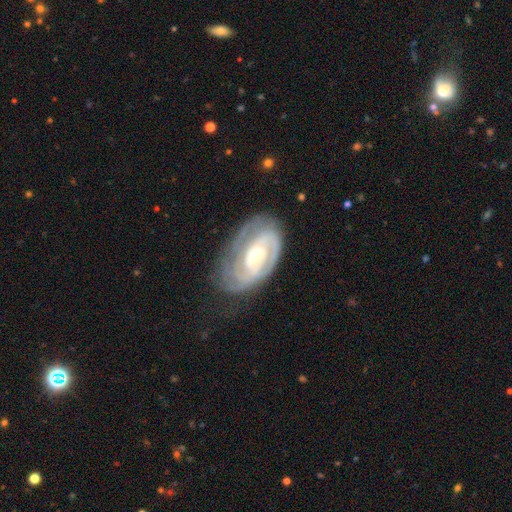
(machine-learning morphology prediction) This appears to be a featured or disk galaxy (85%) with a weak bar (45%), 2 (40%) tight (67%) spiral arms (94%) and a small central bulge (50%). Merging: none (64%).